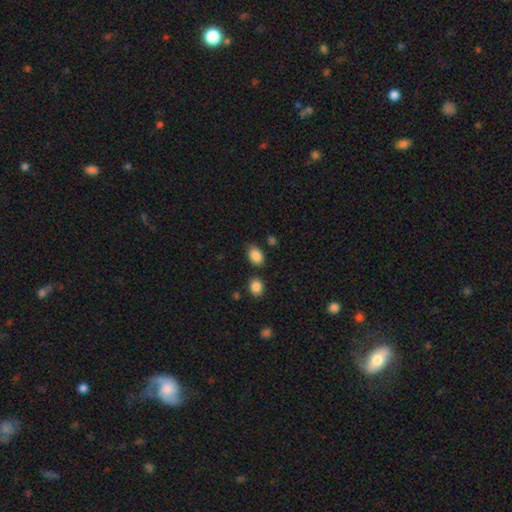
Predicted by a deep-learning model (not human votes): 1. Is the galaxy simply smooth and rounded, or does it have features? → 87% smooth, 8% star or artifact, 4% featured or disk.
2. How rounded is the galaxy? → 78% in between, 21% round, 1% cigar-shaped.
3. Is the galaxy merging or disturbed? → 78% none, 14% minor disturbance, 5% merger, 3% major disturbance.